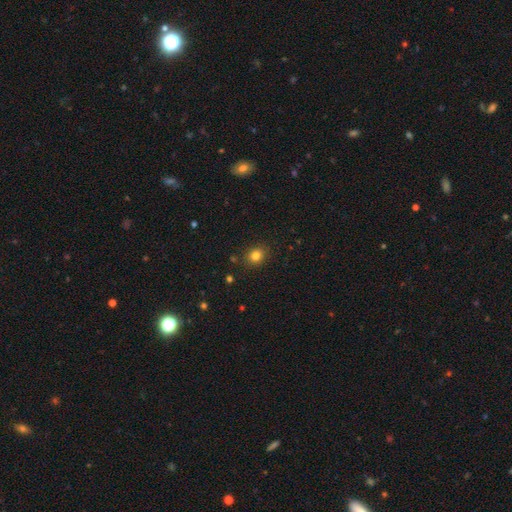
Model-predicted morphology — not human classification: Smooth or featured? Predicted: smooth (p=0.81). How rounded? Predicted: round (p=0.69). Merging? Predicted: none (p=0.88).